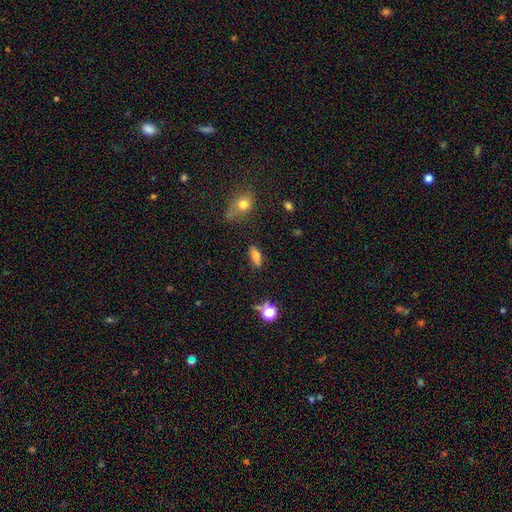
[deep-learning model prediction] A smooth galaxy with no disk features (68%) that is in between round and cigar-shaped (68%).

Vote fractions:
- Smooth or featured? smooth: 68% / featured or disk: 21% / star or artifact: 11%
- How rounded? in between: 68% / cigar-shaped: 27% / round: 5%
- Merging? none: 82% / minor disturbance: 11% / major disturbance: 3% / merger: 3%